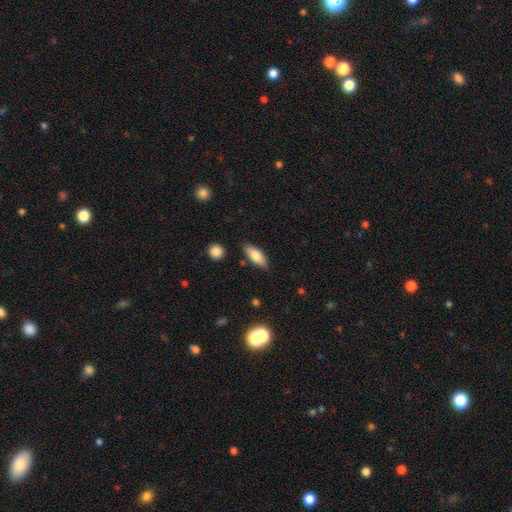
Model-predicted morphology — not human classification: Smooth or featured: smooth — 76% (featured or disk — 17%)
How rounded: in between — 73% (cigar-shaped — 25%)
Merging: none — 83% (minor disturbance — 12%)